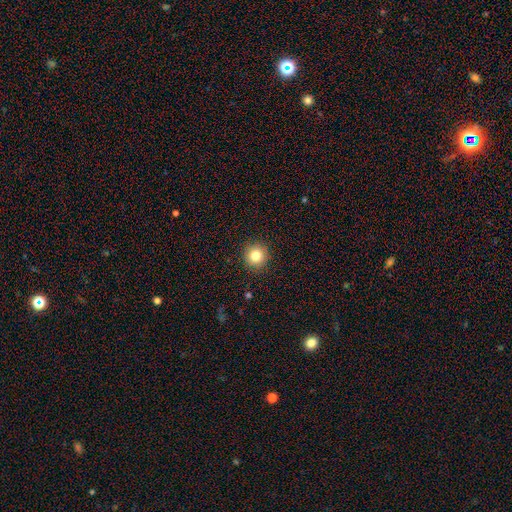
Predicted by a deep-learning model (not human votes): smooth_or_featured: smooth (p=0.84) [alt: star or artifact p=0.10]
how_rounded: round (p=0.94) [alt: in between p=0.05]
merging: none (p=0.92) [alt: minor disturbance p=0.05]